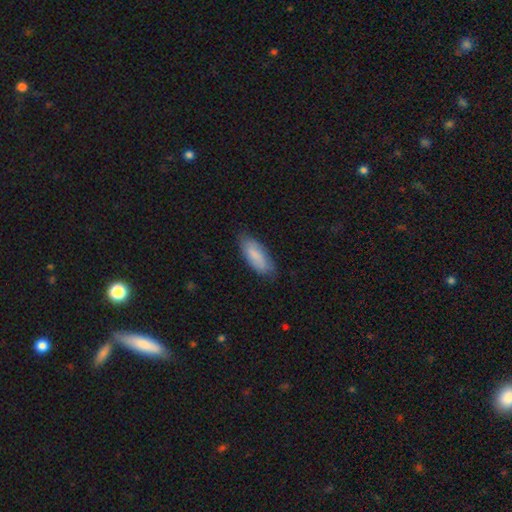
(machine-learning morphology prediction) Smooth or featured: smooth — 81% (featured or disk — 13%)
How rounded: in between — 73% (cigar-shaped — 25%)
Merging: none — 79% (minor disturbance — 17%)